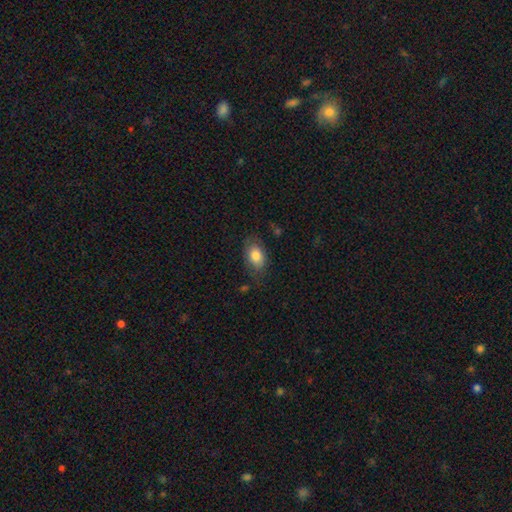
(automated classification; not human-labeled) This appears to be a smooth galaxy with no disk features (79%) that is in between round and cigar-shaped (85%). Merging: none (70%).